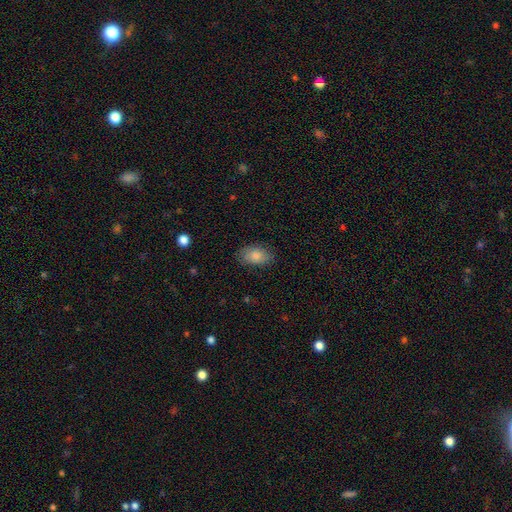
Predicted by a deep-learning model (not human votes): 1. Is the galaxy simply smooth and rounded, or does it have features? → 84% smooth, 9% featured or disk, 7% star or artifact.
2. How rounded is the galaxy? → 90% in between, 8% round, 2% cigar-shaped.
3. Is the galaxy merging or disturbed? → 80% none, 15% minor disturbance, 4% major disturbance, 1% merger.